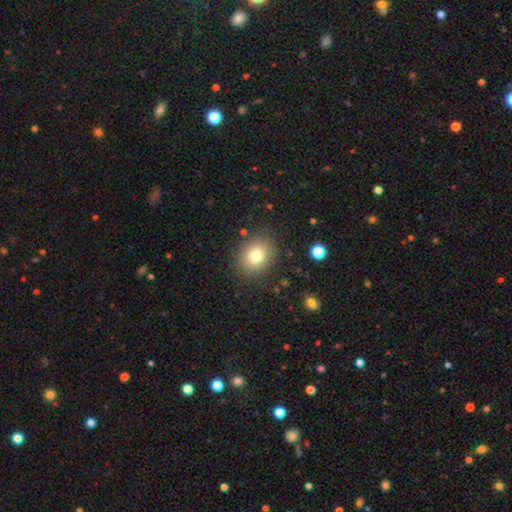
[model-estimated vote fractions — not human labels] Smooth or featured: smooth — 79% (star or artifact — 12%)
How rounded: round — 65% (in between — 34%)
Merging: none — 86% (minor disturbance — 9%)